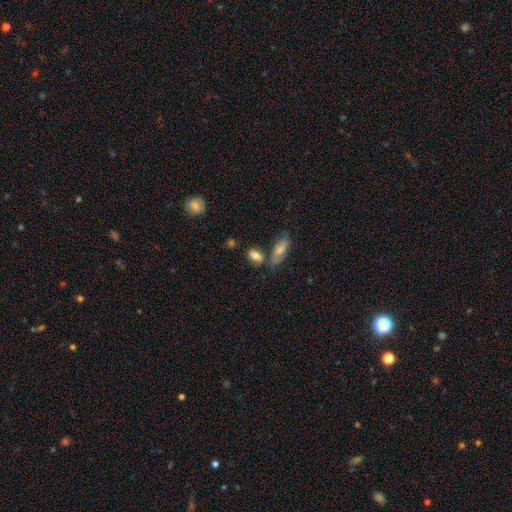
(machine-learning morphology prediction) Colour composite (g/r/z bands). It shows a smooth galaxy with no disk features (78%) that is in between round and cigar-shaped (83%). Merging: none (56%).